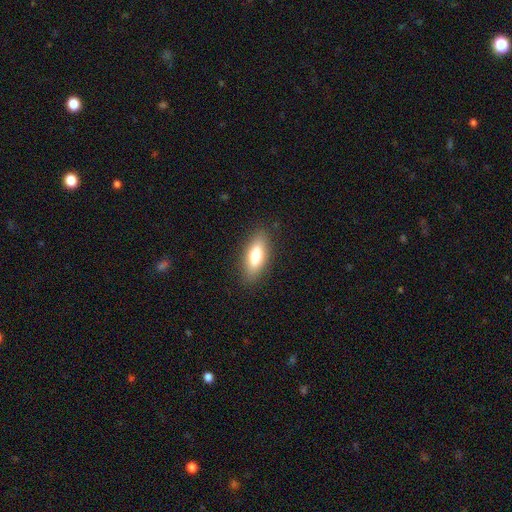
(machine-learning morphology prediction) A smooth galaxy with no disk features (74%) that is in between round and cigar-shaped (72%). Merging: none (86%).